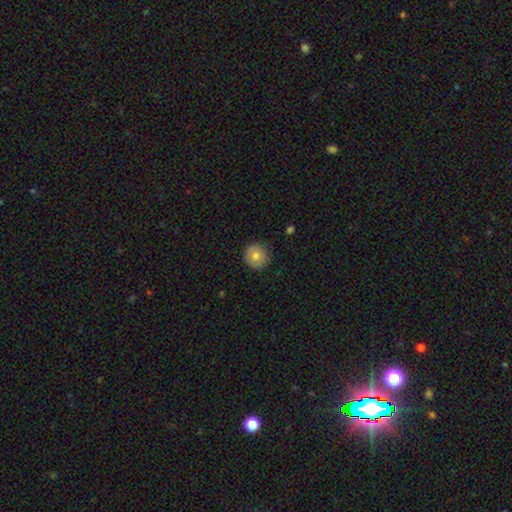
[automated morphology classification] smooth-or-featured: smooth: 77% | featured or disk: 15% | star or artifact: 8%
  how-rounded: round: 93% | in between: 6% | cigar-shaped: 1%
  merging: none: 88% | minor disturbance: 9% | major disturbance: 2% | merger: 1%